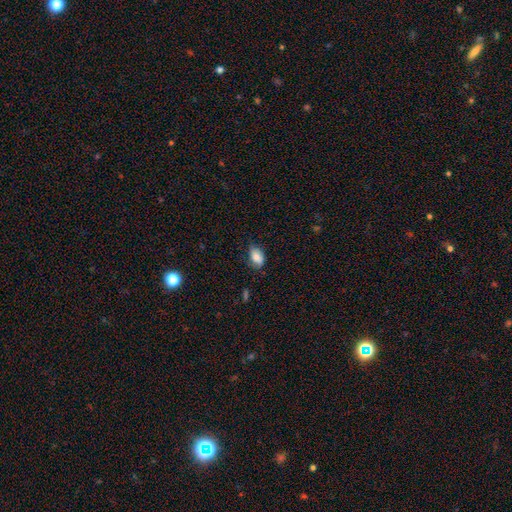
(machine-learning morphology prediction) type=smooth (80%); roundness=in between (90%); merging=none (65%).